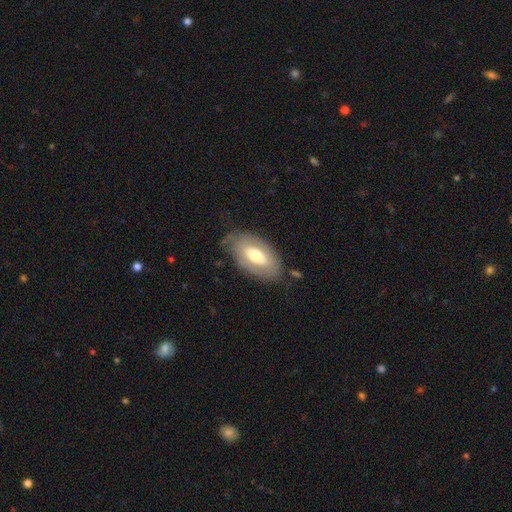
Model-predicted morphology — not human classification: Smooth or featured: smooth — 50% (featured or disk — 44%)
How rounded: in between — 92% (round — 5%)
Merging: none — 71% (minor disturbance — 19%)